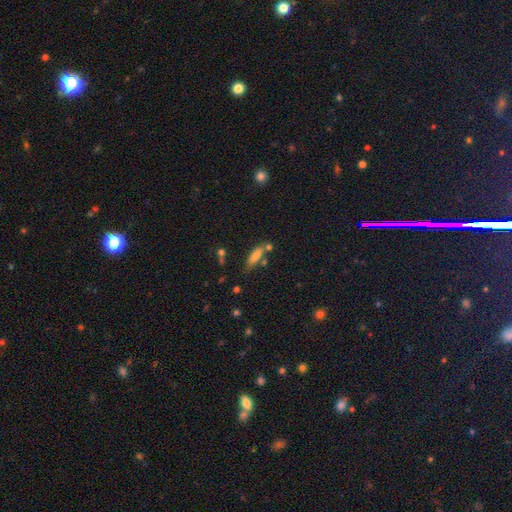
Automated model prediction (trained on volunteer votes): Smooth or featured?
  - smooth: 72% *
  - featured or disk: 19%
  - star or artifact: 9%
How rounded?
  - cigar-shaped: 54% *
  - in between: 43%
  - round: 2%
Merging?
  - none: 61% *
  - minor disturbance: 17%
  - merger: 16%
  - major disturbance: 5%